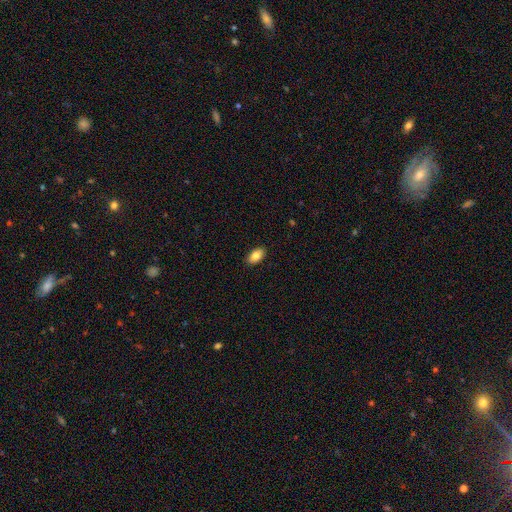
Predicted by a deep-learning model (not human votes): Smooth or featured: smooth — 82% (featured or disk — 10%)
How rounded: in between — 93% (round — 6%)
Merging: none — 89% (minor disturbance — 8%)